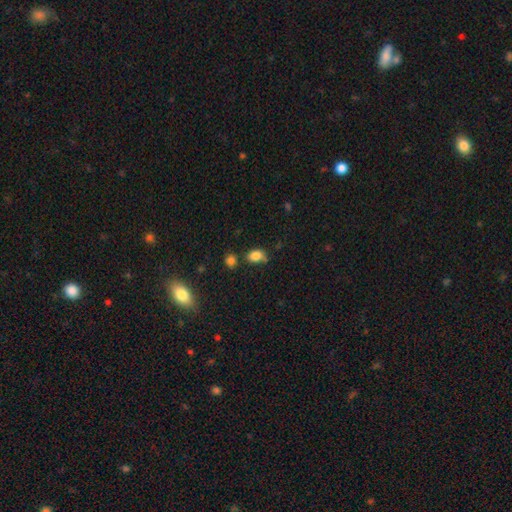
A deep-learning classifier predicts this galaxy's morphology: A smooth galaxy with no disk features (83%) that is in between round and cigar-shaped (75%).

Vote fractions:
- Smooth or featured? smooth: 83% / star or artifact: 11% / featured or disk: 6%
- How rounded? in between: 75% / round: 23% / cigar-shaped: 2%
- Merging? none: 58% / minor disturbance: 24% / merger: 12% / major disturbance: 6%